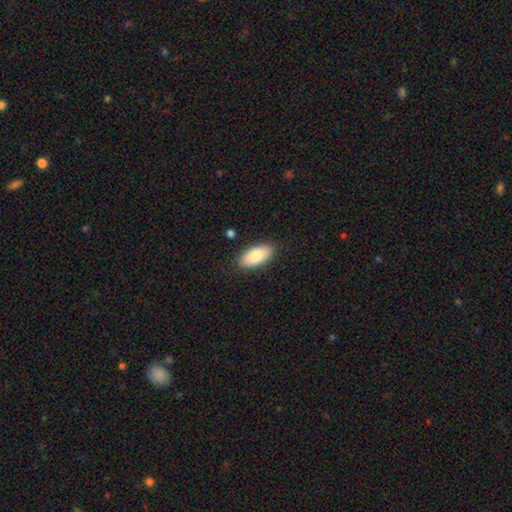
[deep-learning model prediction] Overall: smooth (84%). How rounded: in between (91%). Merging: none (86%).